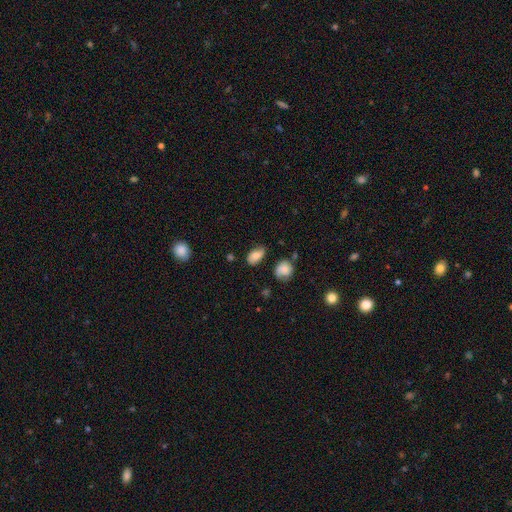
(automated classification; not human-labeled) This is likely a smooth galaxy (67%). How rounded: clearly in between (88%). Merging: likely none (62%).